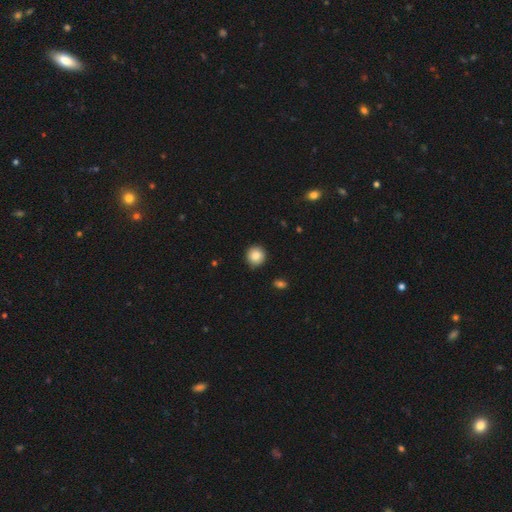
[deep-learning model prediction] Smooth or featured?
  - smooth: 86% *
  - star or artifact: 9%
  - featured or disk: 5%
How rounded?
  - round: 92% *
  - in between: 7%
  - cigar-shaped: 1%
Merging?
  - none: 90% *
  - minor disturbance: 8%
  - major disturbance: 2%
  - merger: 1%